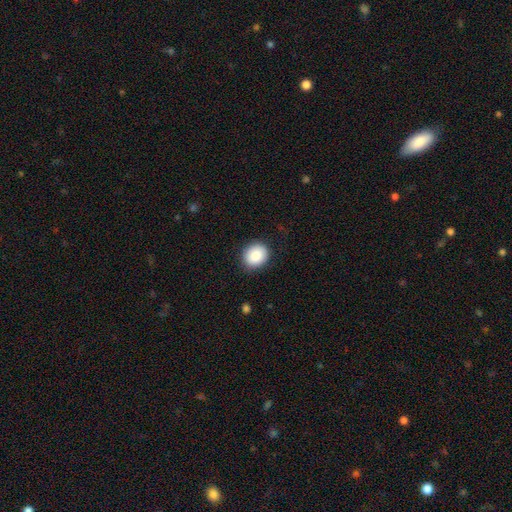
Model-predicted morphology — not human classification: type=smooth (88%); roundness=round (68%); merging=none (86%).